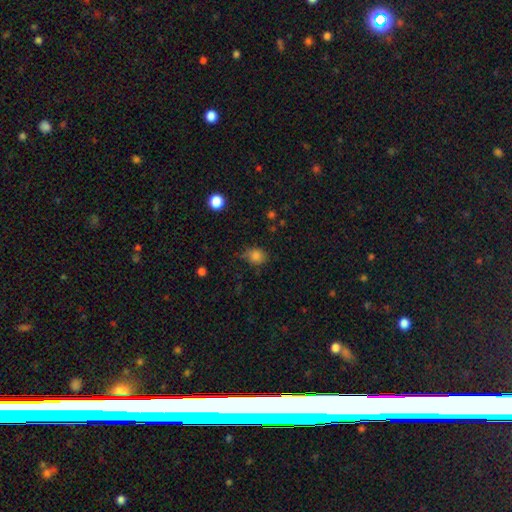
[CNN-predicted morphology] Smooth or featured: smooth — 82% (star or artifact — 13%)
How rounded: round — 67% (in between — 32%)
Merging: none — 68% (minor disturbance — 24%)